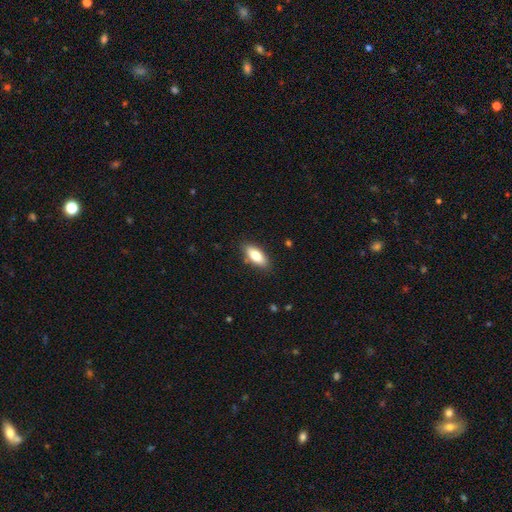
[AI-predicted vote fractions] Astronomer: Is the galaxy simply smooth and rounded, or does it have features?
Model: smooth — 78%.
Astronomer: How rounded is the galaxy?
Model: in between — 81%.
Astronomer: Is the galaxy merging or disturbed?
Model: none — 85%.